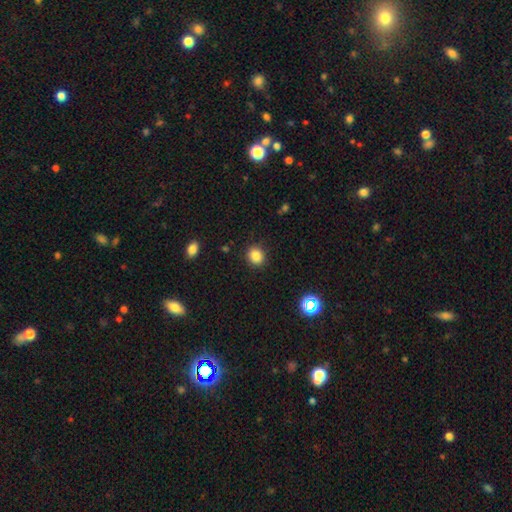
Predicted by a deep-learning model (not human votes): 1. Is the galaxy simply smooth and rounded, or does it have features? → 85% smooth, 11% star or artifact, 4% featured or disk.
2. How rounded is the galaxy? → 72% round, 27% in between, 1% cigar-shaped.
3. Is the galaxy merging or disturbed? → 89% none, 7% minor disturbance, 2% major disturbance, 1% merger.